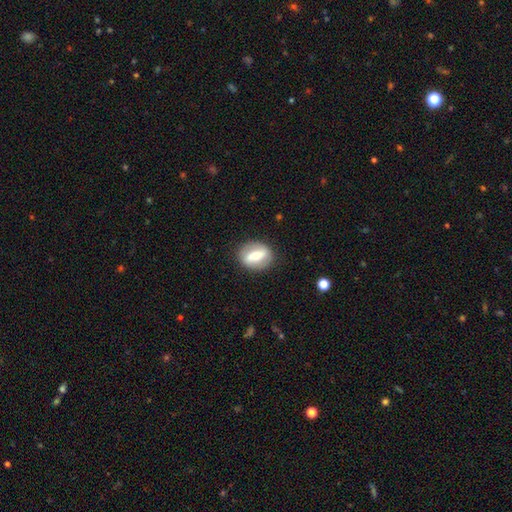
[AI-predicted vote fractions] featured or disk 54%, smooth 39%, star or artifact 6%. Down the decision tree: edge-on disk — no (88%); merging — none (85%).